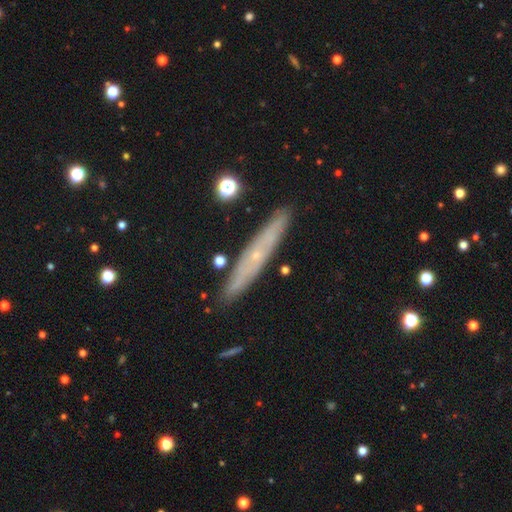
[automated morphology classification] This is likely a featured or disk galaxy (61%). It is likely viewed edge-on (78%). Merging: clearly none (87%).